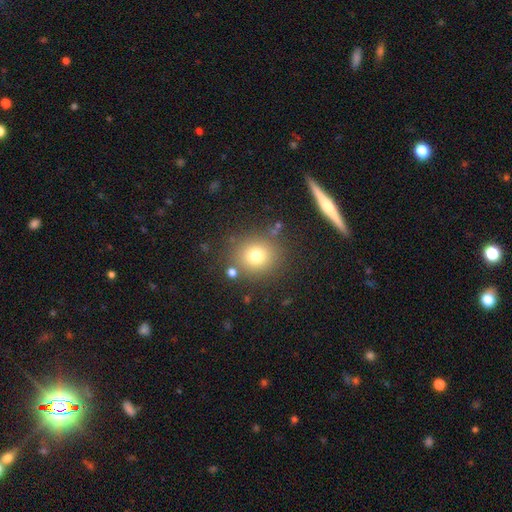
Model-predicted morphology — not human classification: A smooth galaxy with no disk features (75%) that is round (88%).

Vote fractions:
- Smooth or featured? smooth: 75% / star or artifact: 15% / featured or disk: 10%
- How rounded? round: 88% / in between: 12% / cigar-shaped: 1%
- Merging? none: 83% / minor disturbance: 9% / merger: 5% / major disturbance: 4%